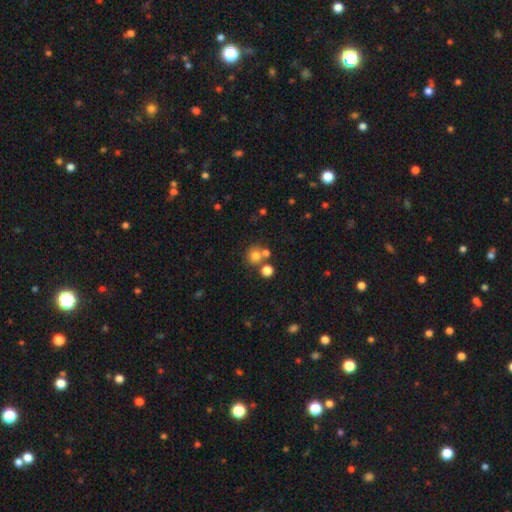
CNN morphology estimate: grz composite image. It shows a smooth galaxy with no disk features (74%) that is round (89%). Merging: none (62%).